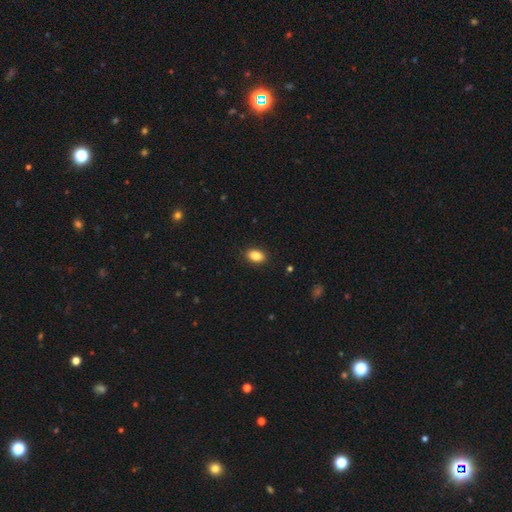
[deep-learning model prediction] Overall: smooth (88%). How rounded: in between (88%). Merging: none (89%).